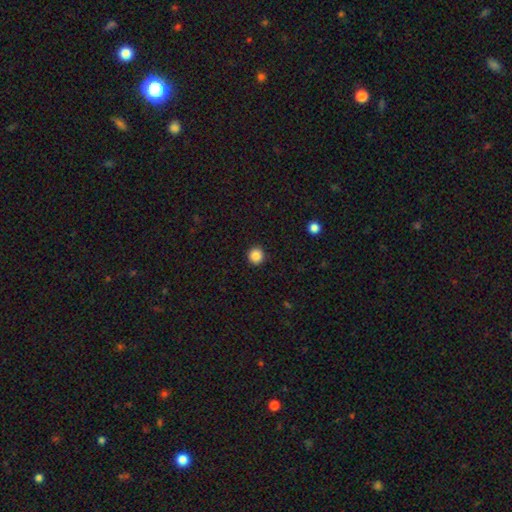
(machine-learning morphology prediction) The model was most divided on "smooth or featured": smooth: 87%, star or artifact: 10%, featured or disk: 3%. More confident: how rounded — round (94%); merging — none (93%).